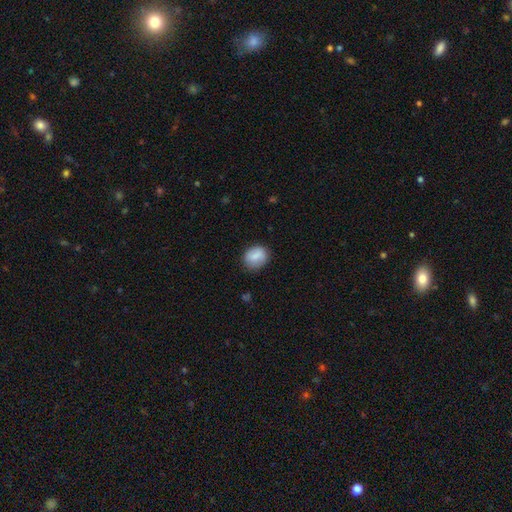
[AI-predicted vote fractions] smooth_or_featured: smooth (p=0.83) [alt: featured or disk p=0.09]
how_rounded: round (p=0.51) [alt: in between p=0.48]
merging: none (p=0.78) [alt: minor disturbance p=0.17]